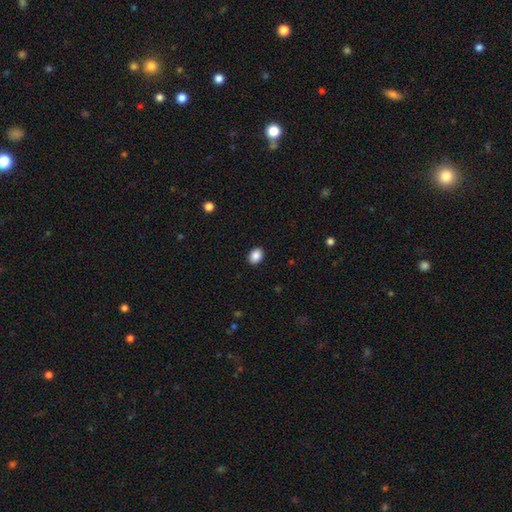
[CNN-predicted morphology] Smooth or featured?
  - smooth: 89% *
  - star or artifact: 8%
  - featured or disk: 3%
How rounded?
  - in between: 64% *
  - round: 35%
  - cigar-shaped: 1%
Merging?
  - none: 91% *
  - minor disturbance: 6%
  - major disturbance: 2%
  - merger: 1%